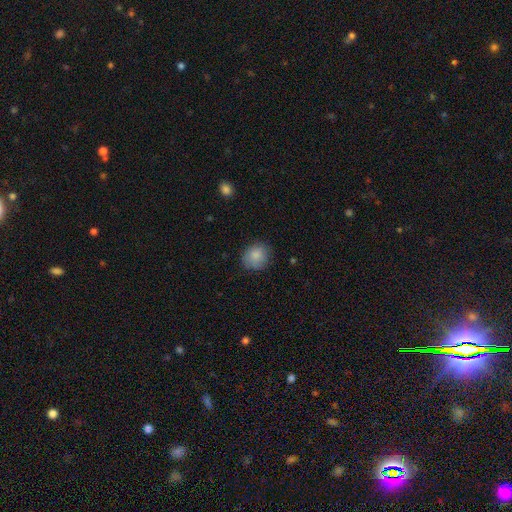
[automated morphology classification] Overall: smooth (86%). How rounded: round (78%). Merging: none (82%).